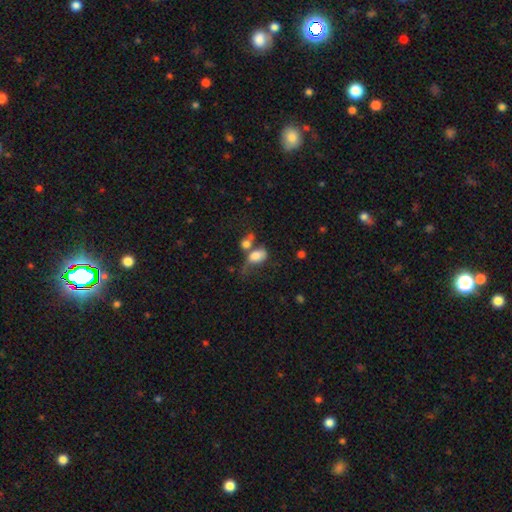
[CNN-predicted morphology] Smooth or featured?
  - smooth: 70% *
  - featured or disk: 20%
  - star or artifact: 10%
How rounded?
  - in between: 81% *
  - round: 17%
  - cigar-shaped: 2%
Merging?
  - merger: 50% *
  - major disturbance: 21%
  - none: 17%
  - minor disturbance: 12%